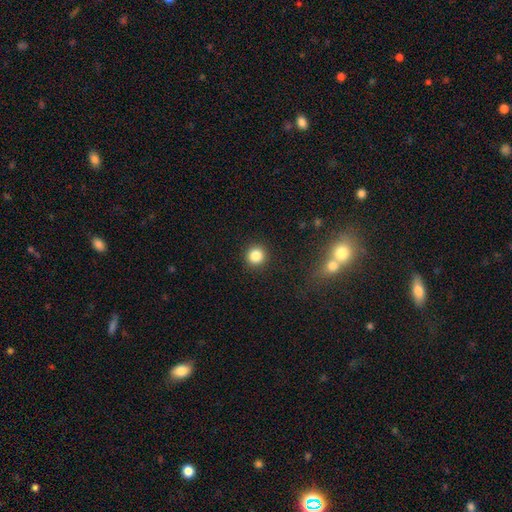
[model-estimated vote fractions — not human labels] Q: Smooth or featured?
A: smooth (84%); runner-up: star or artifact (11%)
Q: How rounded?
A: round (94%); runner-up: in between (5%)
Q: Merging?
A: none (92%); runner-up: minor disturbance (5%)